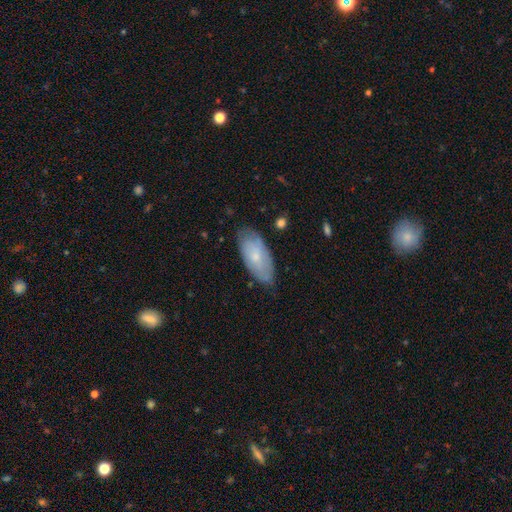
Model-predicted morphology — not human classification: This appears to be a smooth galaxy with no disk features (61%) that is in between round and cigar-shaped (90%). Merging: none (73%).